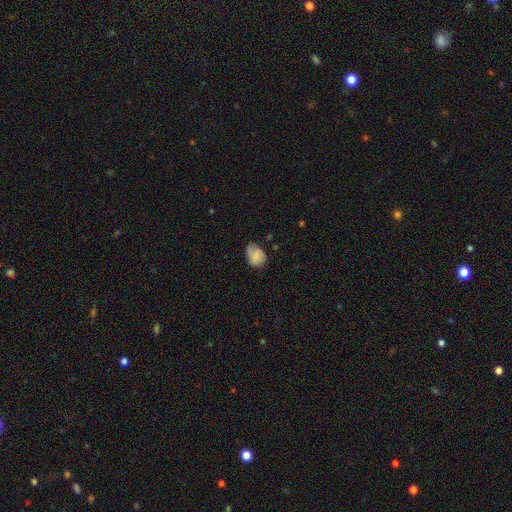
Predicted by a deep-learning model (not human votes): Q: Smooth or featured?
A: smooth (71%); runner-up: featured or disk (21%)
Q: How rounded?
A: in between (62%); runner-up: round (37%)
Q: Merging?
A: none (57%); runner-up: minor disturbance (32%)